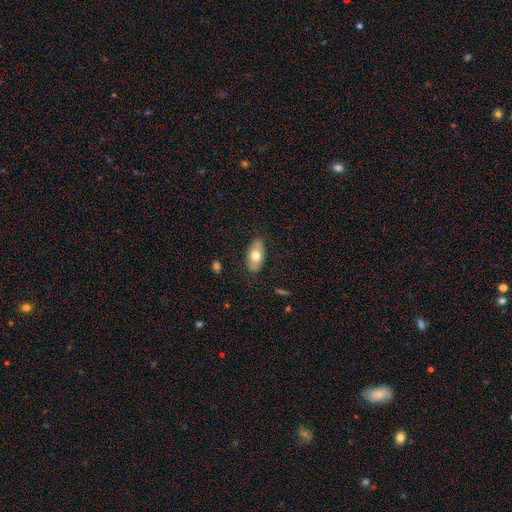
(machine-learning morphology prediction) A smooth galaxy with no disk features (67%) that is in between round and cigar-shaped (90%).

Vote fractions:
- Smooth or featured? smooth: 67% / featured or disk: 27% / star or artifact: 6%
- How rounded? in between: 90% / round: 5% / cigar-shaped: 5%
- Merging? none: 83% / minor disturbance: 13% / major disturbance: 3% / merger: 1%